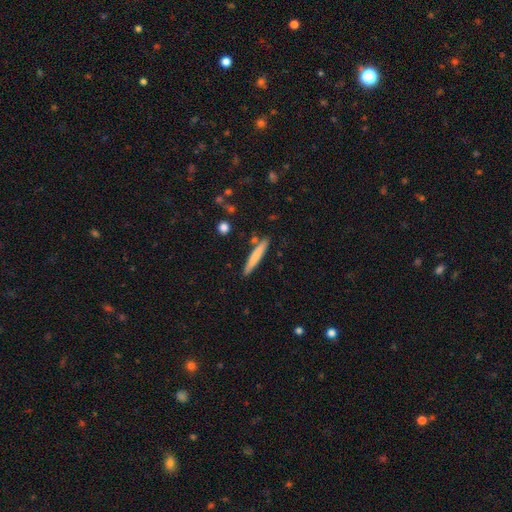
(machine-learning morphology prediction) The model was most divided on "smooth or featured": smooth: 72%, featured or disk: 23%, star or artifact: 6%. More confident: how rounded — cigar-shaped (95%); merging — none (86%).